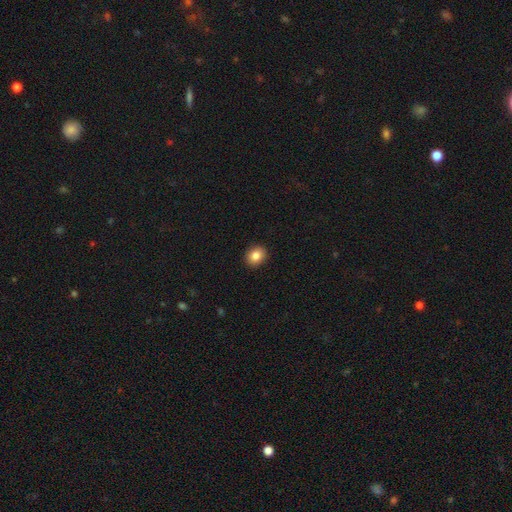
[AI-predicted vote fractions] smooth_or_featured: smooth (p=0.84) [alt: star or artifact p=0.09]
how_rounded: round (p=0.58) [alt: in between p=0.41]
merging: none (p=0.92) [alt: minor disturbance p=0.06]